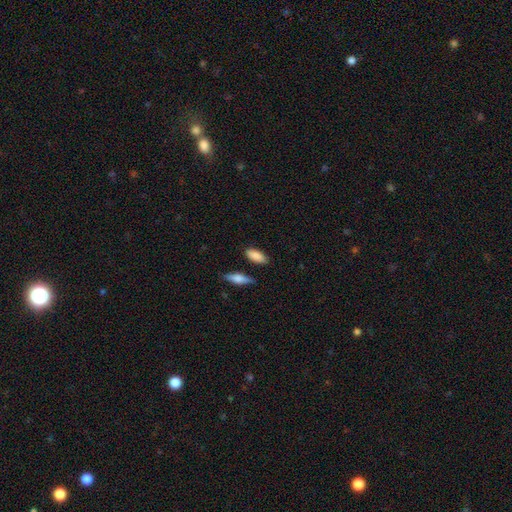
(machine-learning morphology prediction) Smooth or featured? smooth (86%)
How rounded? in between (84%)
Merging? none (81%)